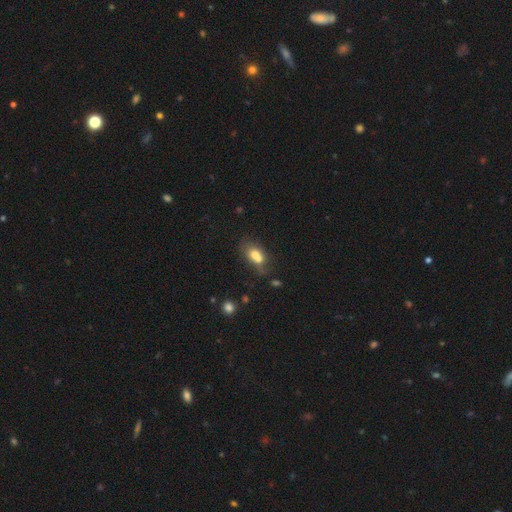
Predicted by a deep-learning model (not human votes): A smooth galaxy with no disk features (71%) that is in between round and cigar-shaped (76%).

Vote fractions:
- Smooth or featured? smooth: 71% / featured or disk: 18% / star or artifact: 11%
- How rounded? in between: 76% / round: 20% / cigar-shaped: 4%
- Merging? merger: 46% / none: 31% / minor disturbance: 16% / major disturbance: 8%